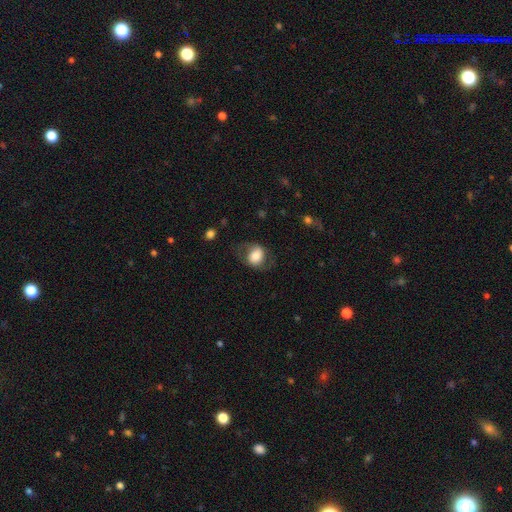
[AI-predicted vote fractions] This is likely a smooth galaxy (61%). How rounded: possibly round (50%). Merging: likely none (62%).